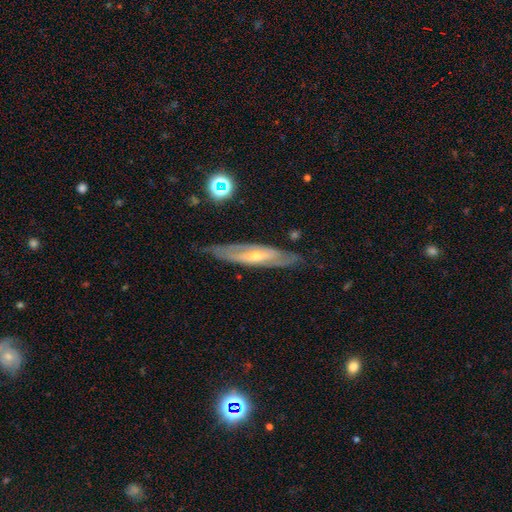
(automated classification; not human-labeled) A featured or disk galaxy (77%).

Vote fractions:
- Smooth or featured? featured or disk: 77% / smooth: 16% / star or artifact: 7%
- Edge-on disk? no: 59% / yes: 41%
- Merging? none: 77% / minor disturbance: 16% / major disturbance: 5% / merger: 2%